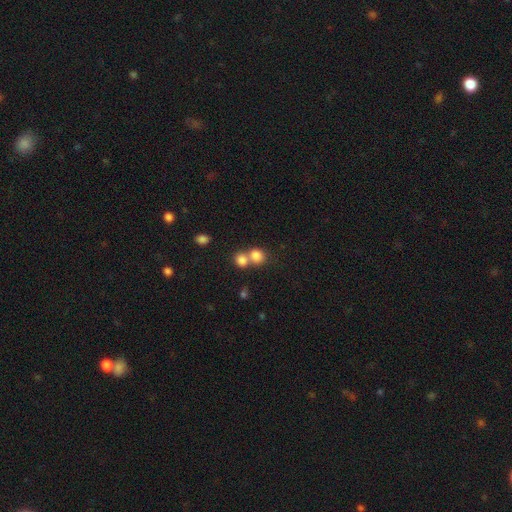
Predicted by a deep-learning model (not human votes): Q: Smooth or featured?
A: smooth (81%); runner-up: star or artifact (10%)
Q: How rounded?
A: round (70%); runner-up: in between (29%)
Q: Merging?
A: merger (56%); runner-up: none (35%)